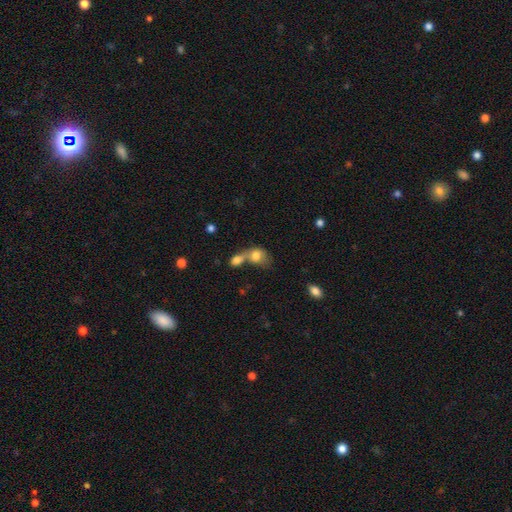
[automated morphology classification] This appears to be a smooth galaxy with no disk features (78%) that is in between round and cigar-shaped (56%). Merging: merger (69%).